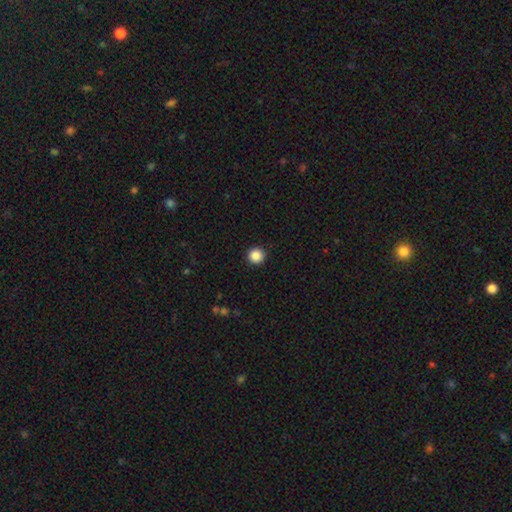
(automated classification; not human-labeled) smooth_or_featured: smooth (p=0.87) [alt: star or artifact p=0.10]
how_rounded: round (p=0.96) [alt: in between p=0.03]
merging: none (p=0.93) [alt: minor disturbance p=0.04]